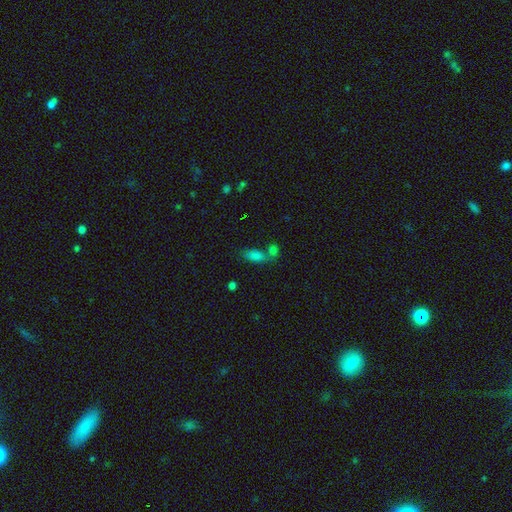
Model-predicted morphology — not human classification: Smooth or featured: smooth — 78% (star or artifact — 14%)
How rounded: in between — 84% (cigar-shaped — 10%)
Merging: none — 44% (merger — 38%)